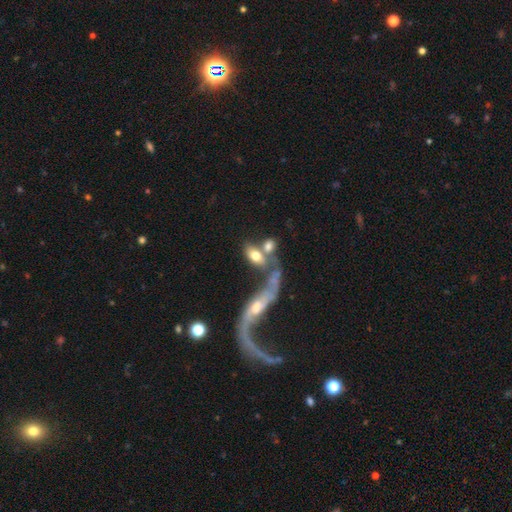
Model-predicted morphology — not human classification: smooth-or-featured: smooth: 63% | featured or disk: 29% | star or artifact: 8%
  how-rounded: in between: 83% | cigar-shaped: 9% | round: 9%
  merging: merger: 54% | none: 27% | minor disturbance: 11% | major disturbance: 9%